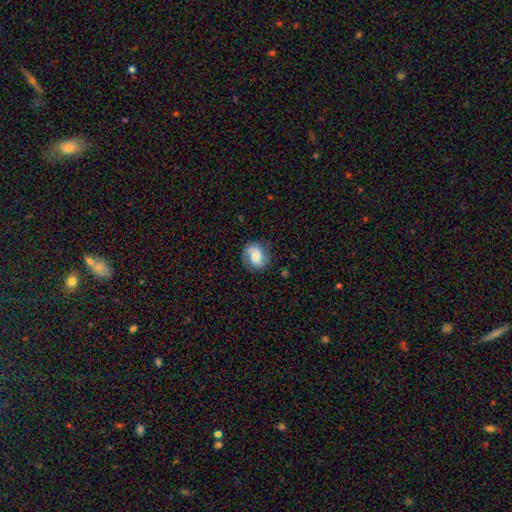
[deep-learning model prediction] Smooth or featured?
  - smooth: 48% *
  - featured or disk: 44%
  - star or artifact: 8%
Merging?
  - none: 76% *
  - minor disturbance: 18%
  - major disturbance: 5%
  - merger: 1%